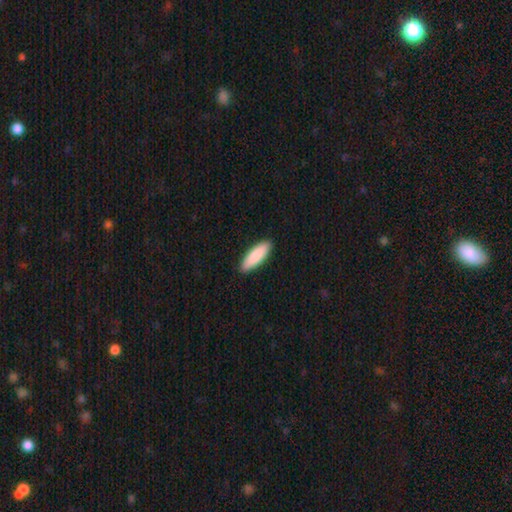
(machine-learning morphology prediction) smooth-or-featured: smooth: 89% | featured or disk: 6% | star or artifact: 5%
  how-rounded: in between: 52% | cigar-shaped: 46% | round: 1%
  merging: none: 91% | minor disturbance: 7% | major disturbance: 1% | merger: 1%